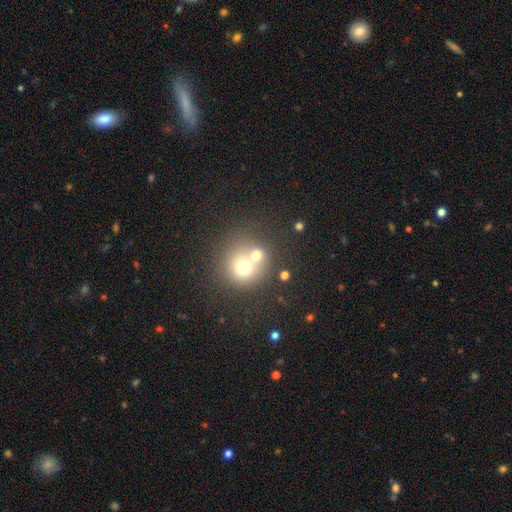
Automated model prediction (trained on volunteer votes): This is likely a smooth galaxy (67%). How rounded: clearly round (86%). Merging: possibly merger (52%).